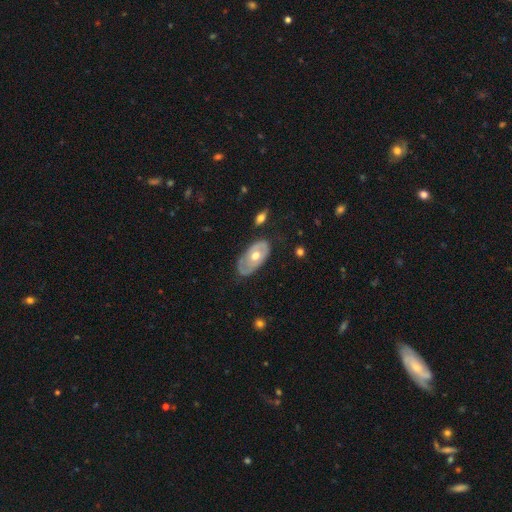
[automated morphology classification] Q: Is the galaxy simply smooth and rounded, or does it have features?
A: featured or disk — 56%.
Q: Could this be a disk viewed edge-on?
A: no — 87%.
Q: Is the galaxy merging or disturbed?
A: none — 69%.